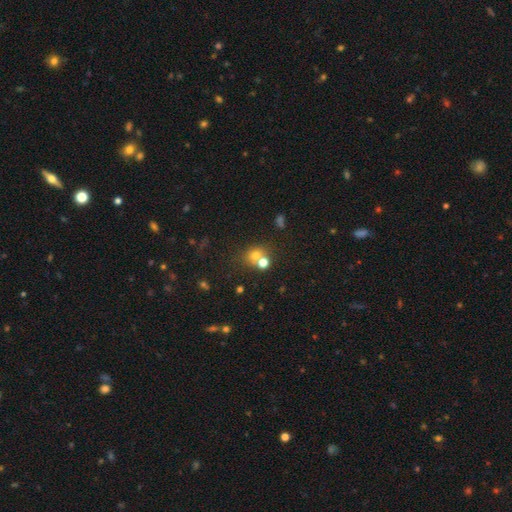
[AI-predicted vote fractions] This appears to be a smooth galaxy with no disk features (64%) that is round (75%). Merging: none (50%).